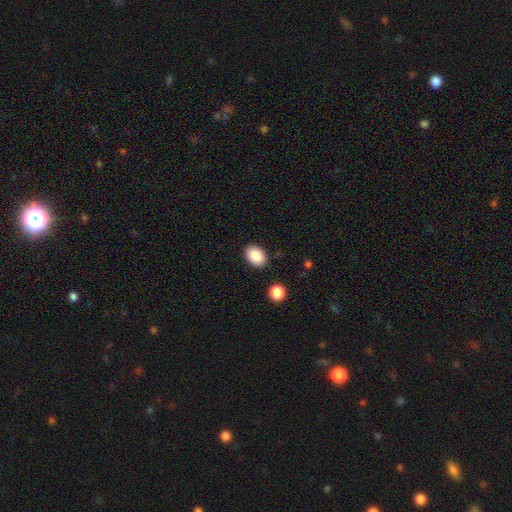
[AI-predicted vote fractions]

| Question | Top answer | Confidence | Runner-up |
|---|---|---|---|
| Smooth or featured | smooth | 89% | star or artifact (8%) |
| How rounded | in between | 80% | round (19%) |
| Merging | none | 87% | minor disturbance (9%) |